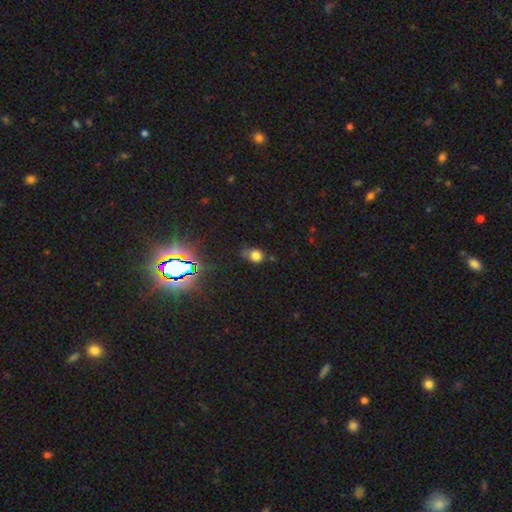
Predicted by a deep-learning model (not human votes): Smooth or featured?
  - smooth: 75% *
  - star or artifact: 17%
  - featured or disk: 8%
How rounded?
  - round: 66% *
  - in between: 33%
  - cigar-shaped: 1%
Merging?
  - none: 52% *
  - minor disturbance: 31%
  - major disturbance: 11%
  - merger: 6%